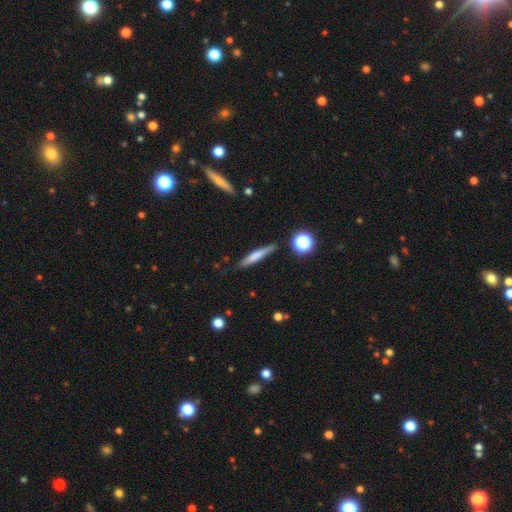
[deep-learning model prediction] Q: Smooth or featured?
A: smooth (62%); runner-up: featured or disk (30%)
Q: How rounded?
A: cigar-shaped (92%); runner-up: in between (6%)
Q: Merging?
A: none (85%); runner-up: minor disturbance (10%)